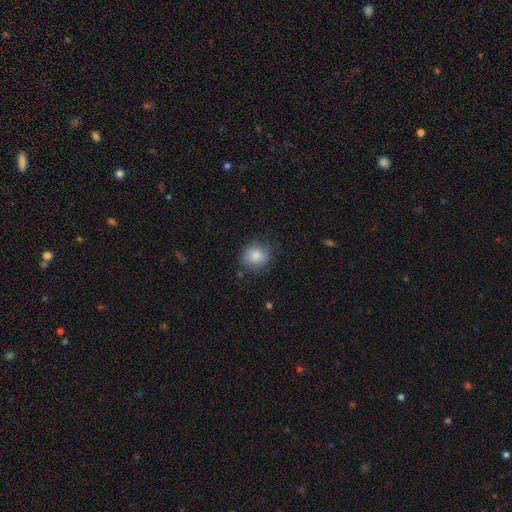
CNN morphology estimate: Smooth or featured? Predicted: smooth (p=0.80). How rounded? Predicted: round (p=0.74). Merging? Predicted: none (p=0.73).